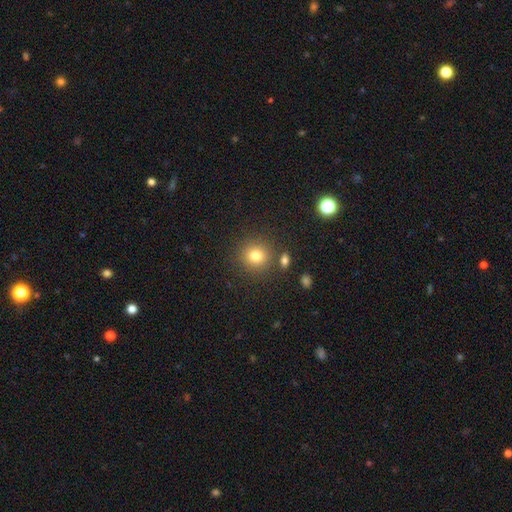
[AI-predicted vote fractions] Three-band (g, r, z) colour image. It shows a smooth galaxy with no disk features (80%) that is round (91%). Merging: none (84%).